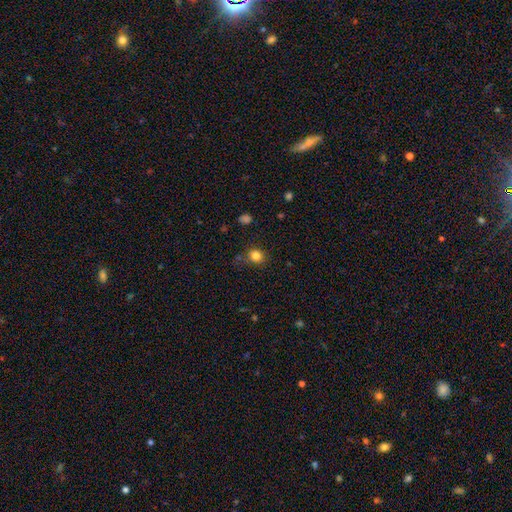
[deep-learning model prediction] Q: Smooth or featured?
A: smooth (82%); runner-up: star or artifact (13%)
Q: How rounded?
A: round (83%); runner-up: in between (16%)
Q: Merging?
A: none (77%); runner-up: minor disturbance (14%)